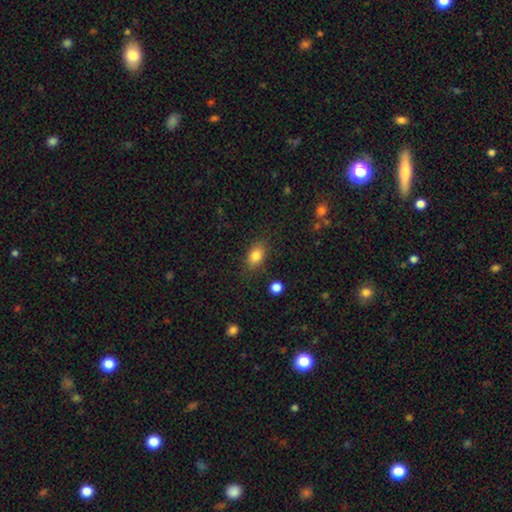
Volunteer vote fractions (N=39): smooth 85%, star or artifact 10%, featured or disk 5%. Down the decision tree: how rounded — in between (88%); merging — none (69%).